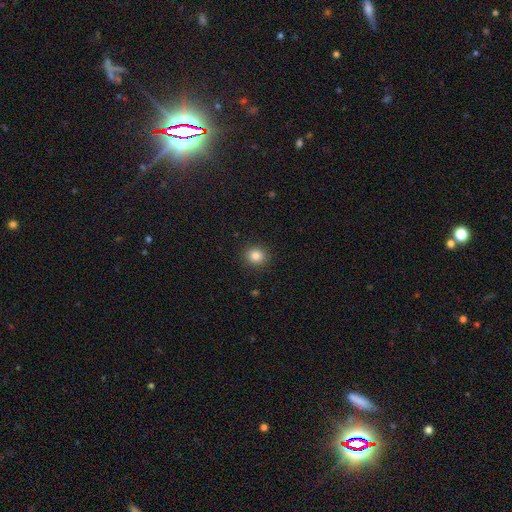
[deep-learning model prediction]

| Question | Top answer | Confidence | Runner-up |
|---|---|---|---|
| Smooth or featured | smooth | 84% | star or artifact (11%) |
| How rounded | round | 84% | in between (15%) |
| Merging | none | 91% | minor disturbance (6%) |